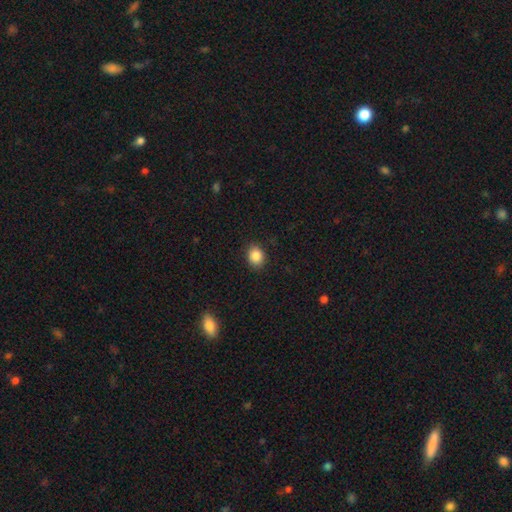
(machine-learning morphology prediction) This appears to be a smooth galaxy with no disk features (87%) that is round (56%). Merging: none (88%).